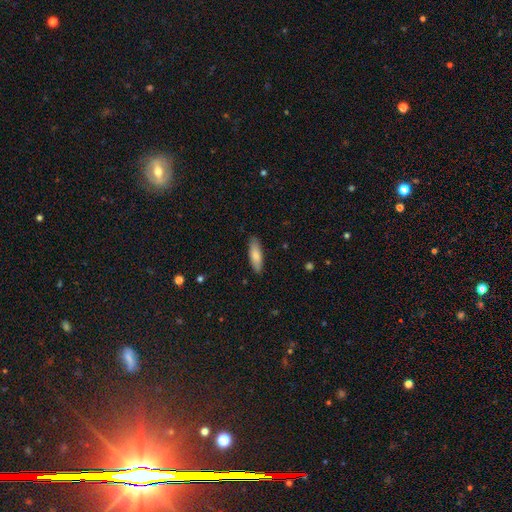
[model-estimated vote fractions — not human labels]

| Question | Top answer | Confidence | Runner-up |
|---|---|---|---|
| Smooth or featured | smooth | 78% | featured or disk (16%) |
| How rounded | in between | 52% | cigar-shaped (47%) |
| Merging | none | 87% | minor disturbance (10%) |